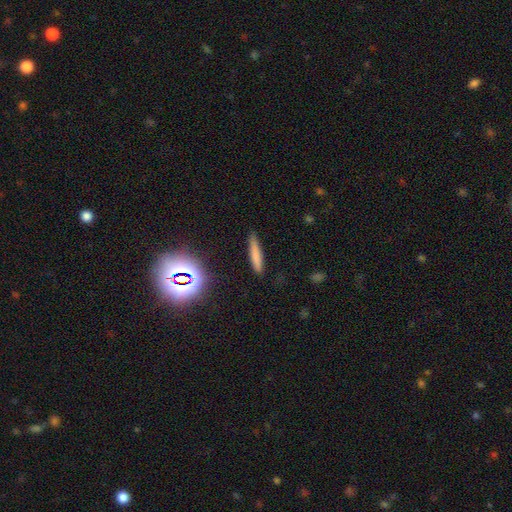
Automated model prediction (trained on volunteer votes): A smooth galaxy with no disk features (73%) that is cigar-shaped (90%).

Vote fractions:
- Smooth or featured? smooth: 73% / featured or disk: 15% / star or artifact: 11%
- How rounded? cigar-shaped: 90% / in between: 8% / round: 2%
- Merging? none: 84% / minor disturbance: 12% / major disturbance: 3% / merger: 2%